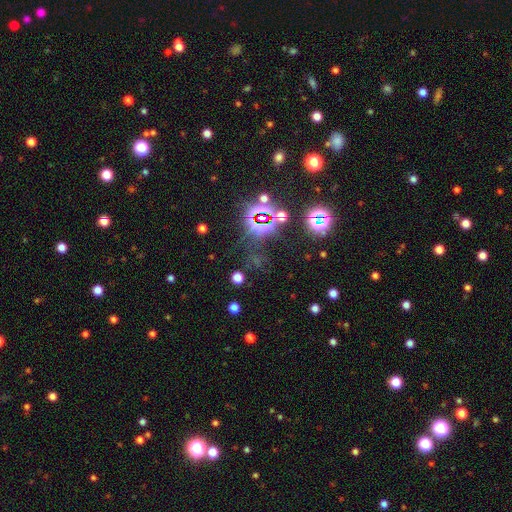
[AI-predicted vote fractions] Smooth or featured: star or artifact — 77% (smooth — 15%)